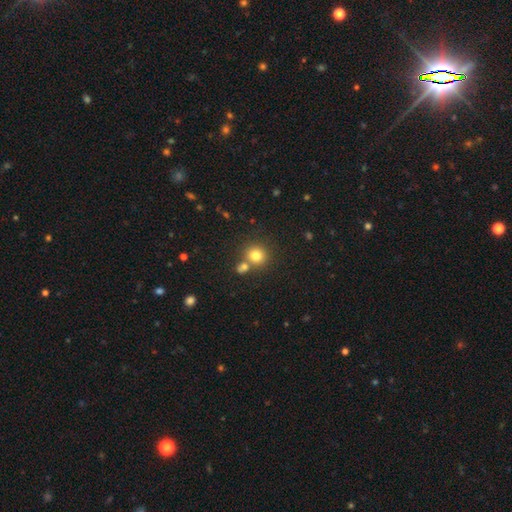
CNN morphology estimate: A smooth galaxy with no disk features (79%) that is round (89%). Merging: none (65%).